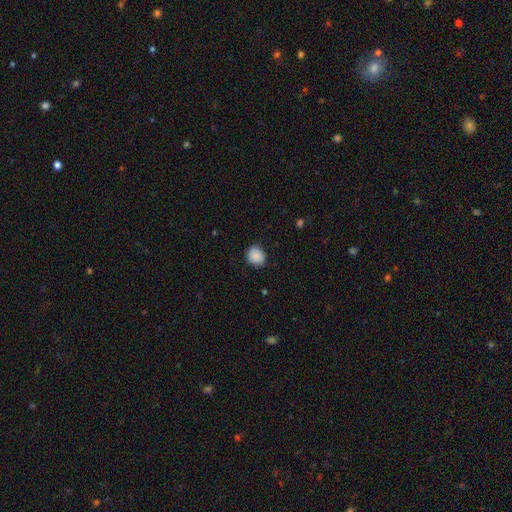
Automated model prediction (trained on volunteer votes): The model was most divided on "how rounded": round: 65%, in between: 34%, cigar-shaped: 1%. More confident: smooth or featured — smooth (88%); merging — none (80%).